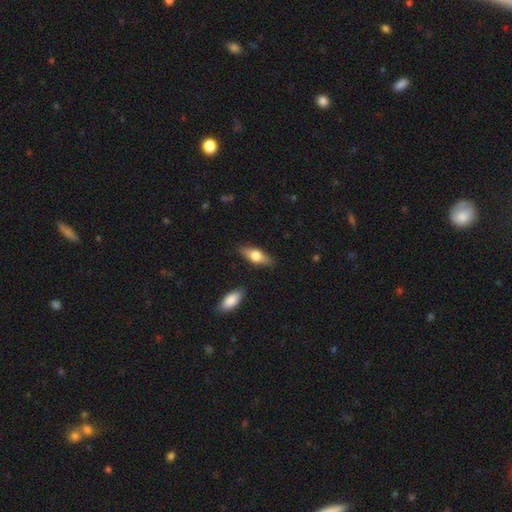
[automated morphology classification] Smooth or featured? Predicted: smooth (p=0.62). How rounded? Predicted: in between (p=0.72). Merging? Predicted: none (p=0.85).